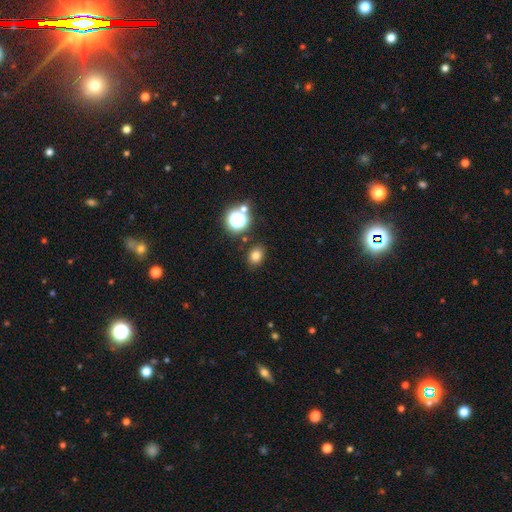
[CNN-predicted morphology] Overall: smooth (76%). How rounded: round (50%; in between 49%). Merging: none (86%).